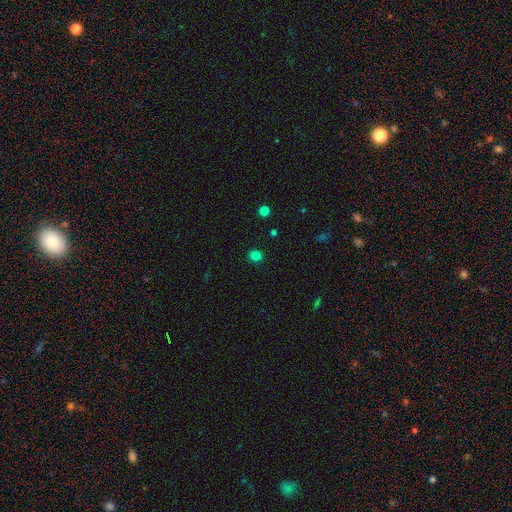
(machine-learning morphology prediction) This is clearly a smooth galaxy (81%). How rounded: likely round (74%). Merging: clearly none (90%).